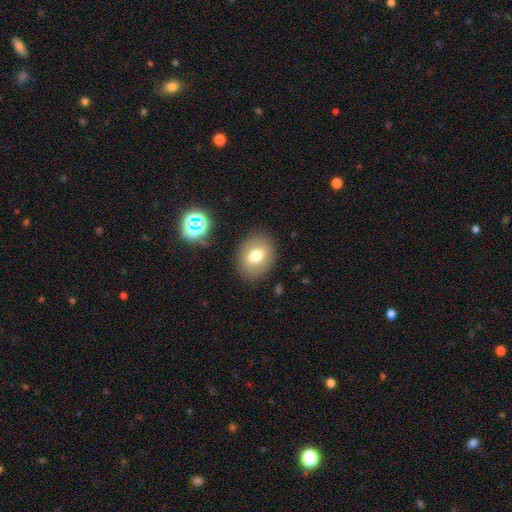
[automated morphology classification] This appears to be a smooth galaxy with no disk features (70%) that is in between round and cigar-shaped (54%). Merging: none (85%).